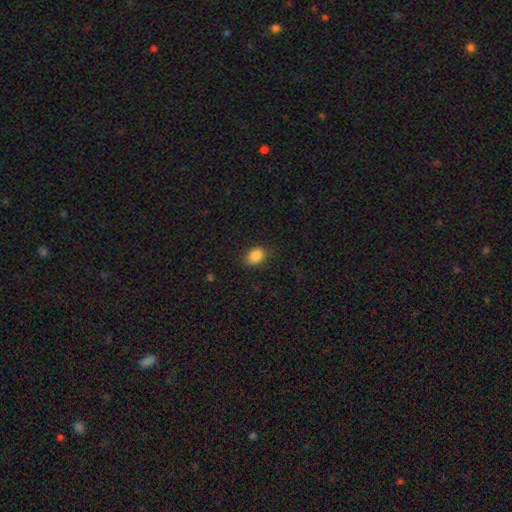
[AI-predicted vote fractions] This is clearly a smooth galaxy (88%). How rounded: likely in between (74%). Merging: clearly none (84%).